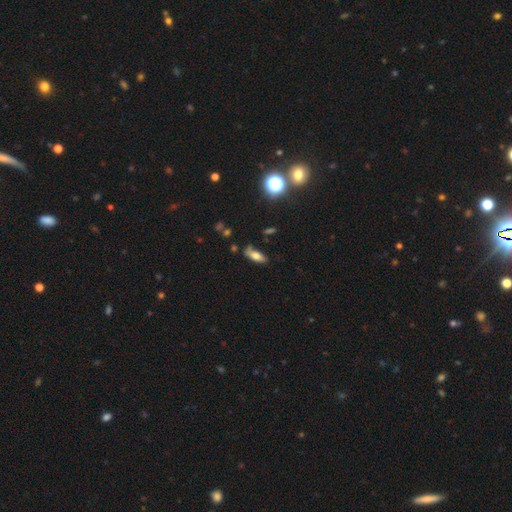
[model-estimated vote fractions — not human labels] The model was most divided on "how rounded": in between: 70%, cigar-shaped: 26%, round: 4%. More confident: smooth or featured — smooth (68%); merging — none (68%).